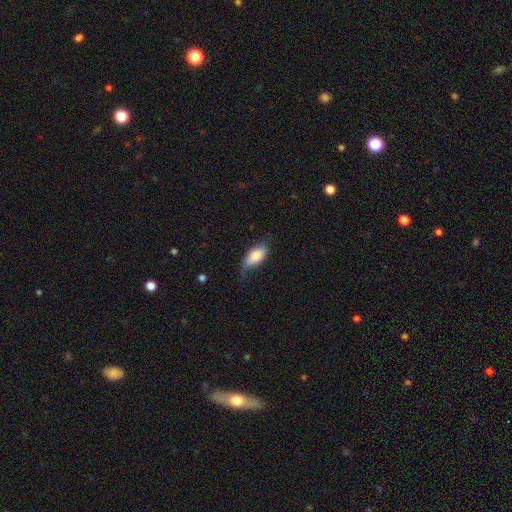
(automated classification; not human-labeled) smooth-or-featured: smooth: 76% | featured or disk: 18% | star or artifact: 7%
  how-rounded: in between: 91% | cigar-shaped: 5% | round: 4%
  merging: none: 44% | minor disturbance: 38% | major disturbance: 16% | merger: 2%